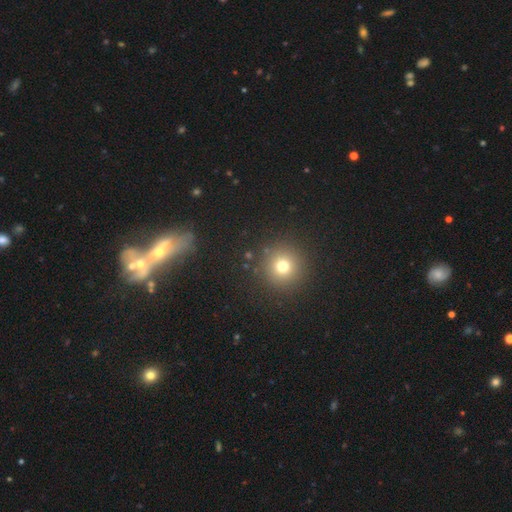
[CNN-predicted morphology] Overall: smooth (52%; star or artifact 29%). How rounded: round (85%). Merging: none (75%).